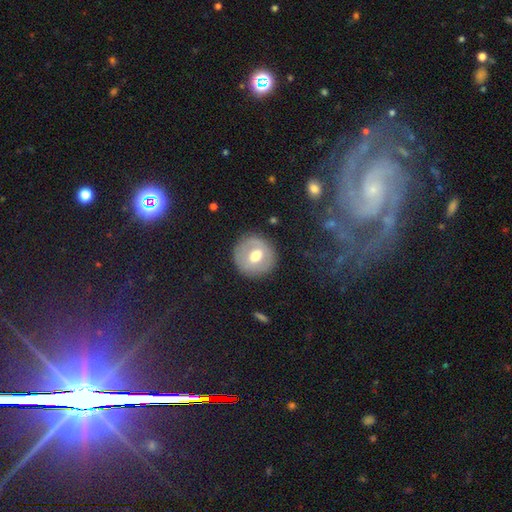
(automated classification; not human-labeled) A smooth galaxy with no disk features (50%) that is round (90%). Merging: none (84%).